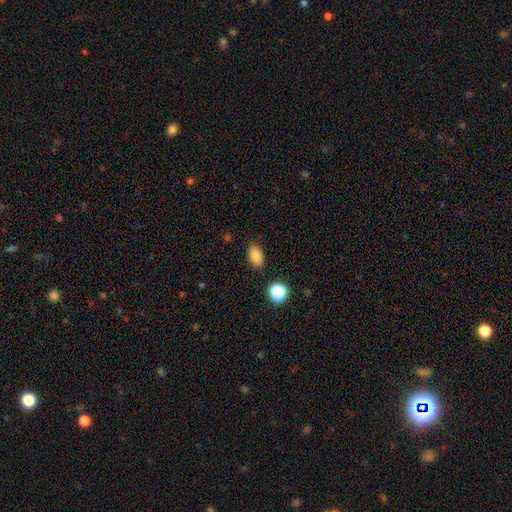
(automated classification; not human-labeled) Morphology: type=smooth (83%); roundness=in between (89%); merging=none (86%).